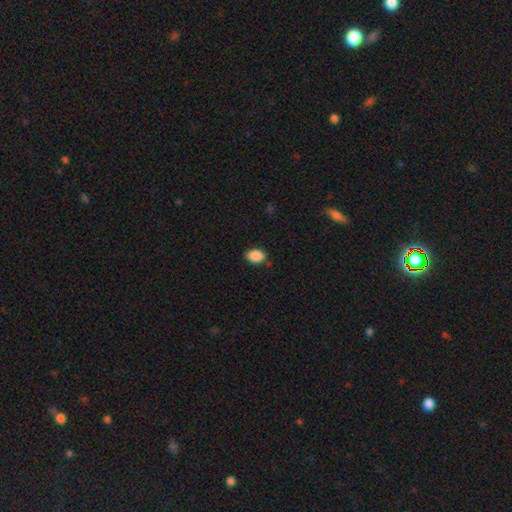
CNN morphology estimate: smooth_or_featured: smooth (p=0.88) [alt: star or artifact p=0.08]
how_rounded: in between (p=0.70) [alt: round p=0.29]
merging: none (p=0.80) [alt: minor disturbance p=0.15]